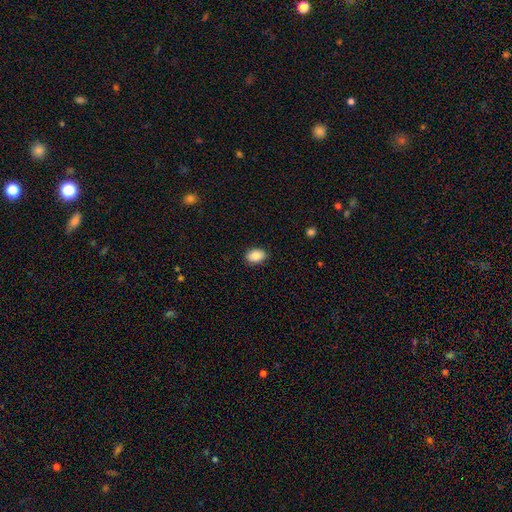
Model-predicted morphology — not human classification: Overall: smooth (88%). How rounded: in between (83%). Merging: none (85%).